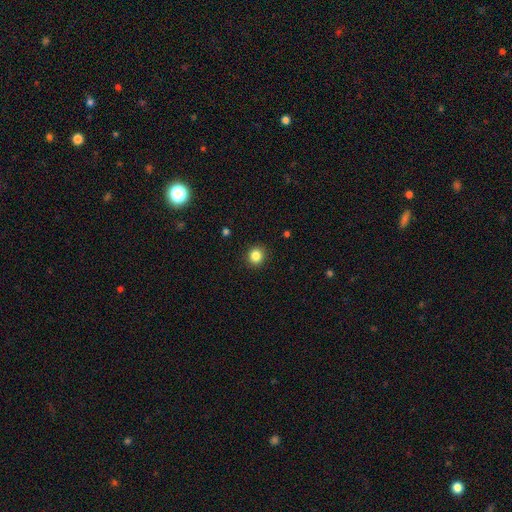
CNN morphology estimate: This appears to be a smooth galaxy with no disk features (85%) that is round (89%). Merging: none (92%).